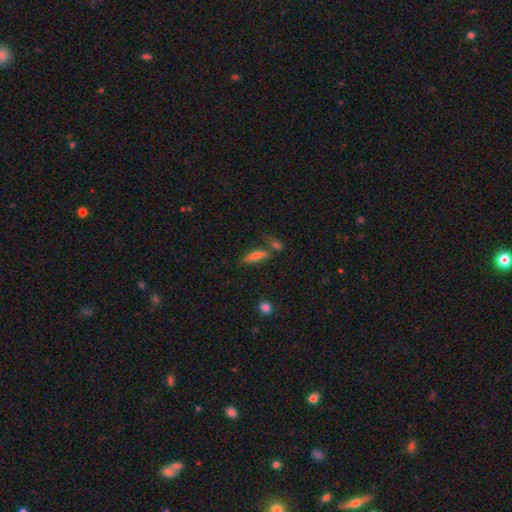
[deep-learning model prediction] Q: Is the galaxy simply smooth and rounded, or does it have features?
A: smooth — 56%.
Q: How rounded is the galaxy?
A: cigar-shaped — 61%.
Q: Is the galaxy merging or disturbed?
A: none — 59%.